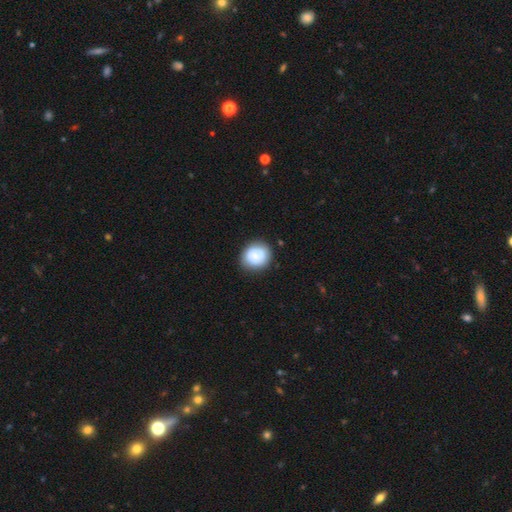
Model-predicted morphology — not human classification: This is likely a smooth galaxy (77%). How rounded: likely round (78%). Merging: clearly none (81%).